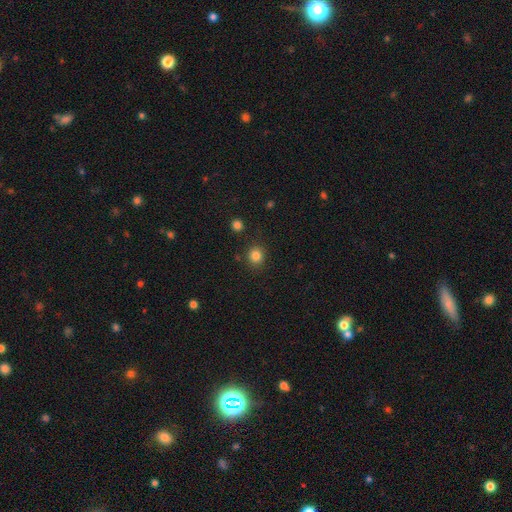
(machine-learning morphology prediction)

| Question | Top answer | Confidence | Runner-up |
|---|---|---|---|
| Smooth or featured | smooth | 83% | star or artifact (12%) |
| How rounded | round | 86% | in between (13%) |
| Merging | none | 86% | minor disturbance (8%) |